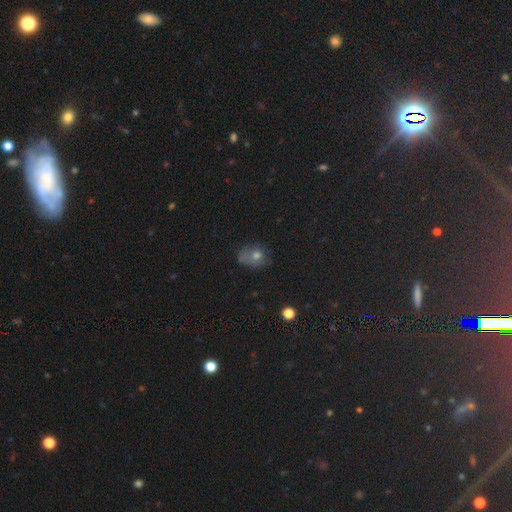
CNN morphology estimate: This appears to be a smooth galaxy with no disk features (59%) that is round (55%). Merging: none (52%).